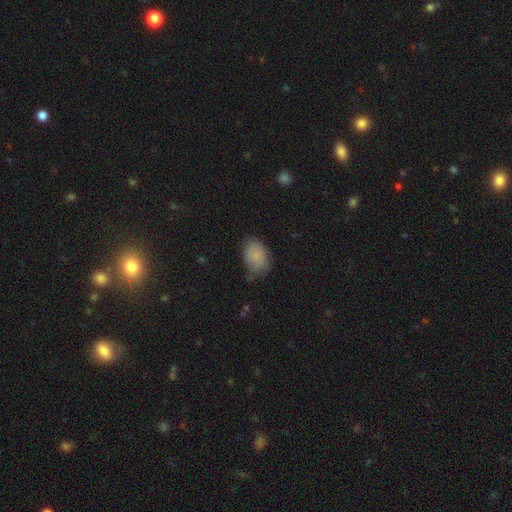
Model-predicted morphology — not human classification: This appears to be a smooth galaxy with no disk features (82%) that is in between round and cigar-shaped (82%). Merging: none (53%).